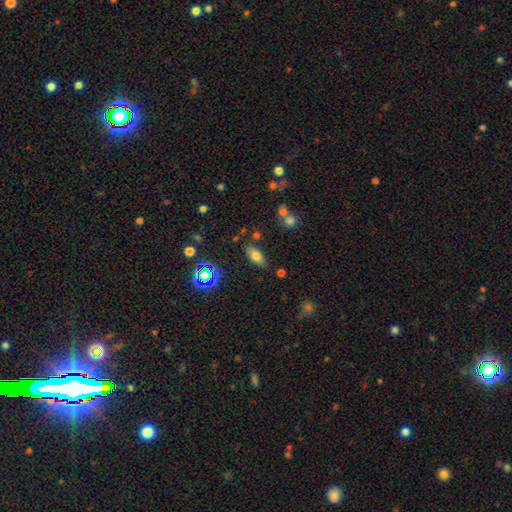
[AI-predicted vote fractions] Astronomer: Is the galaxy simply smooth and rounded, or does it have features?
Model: smooth — 72%.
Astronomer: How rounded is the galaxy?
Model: in between — 85%.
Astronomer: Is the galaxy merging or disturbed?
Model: none — 78%.